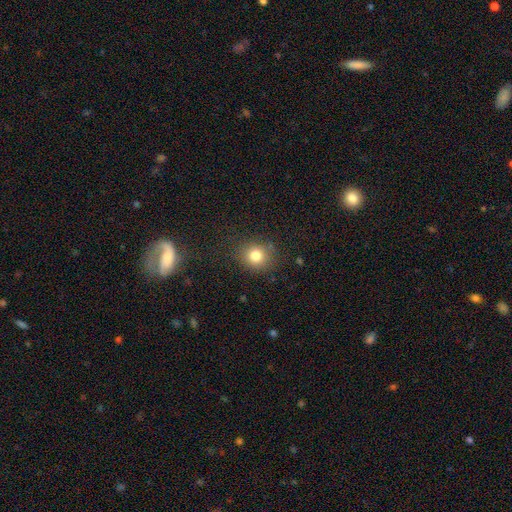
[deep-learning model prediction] smooth 80%, star or artifact 12%, featured or disk 7%. Down the decision tree: how rounded — round (83%); merging — none (84%).